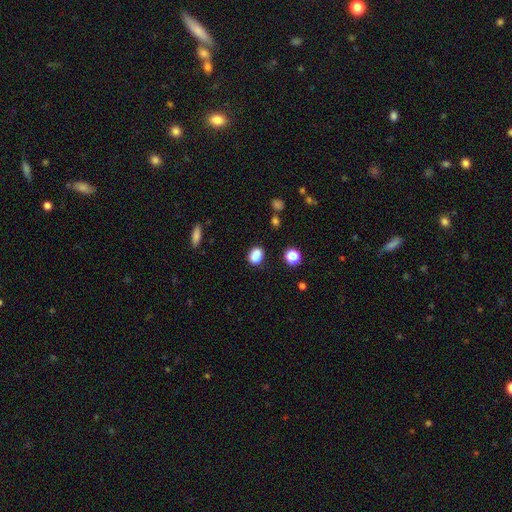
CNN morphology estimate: Q: Smooth or featured?
A: smooth (83%); runner-up: star or artifact (12%)
Q: How rounded?
A: in between (56%); runner-up: round (43%)
Q: Merging?
A: none (70%); runner-up: minor disturbance (16%)